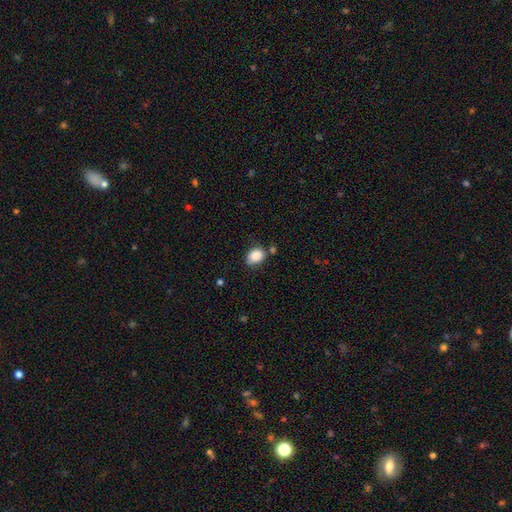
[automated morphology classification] Q: Smooth or featured?
A: smooth (87%); runner-up: star or artifact (8%)
Q: How rounded?
A: in between (65%); runner-up: round (34%)
Q: Merging?
A: none (66%); runner-up: minor disturbance (22%)